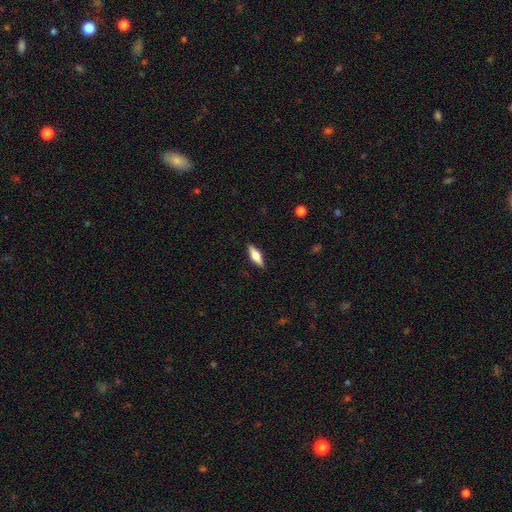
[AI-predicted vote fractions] This is possibly a smooth galaxy (52%). How rounded: possibly in between (52%). Merging: clearly none (89%).